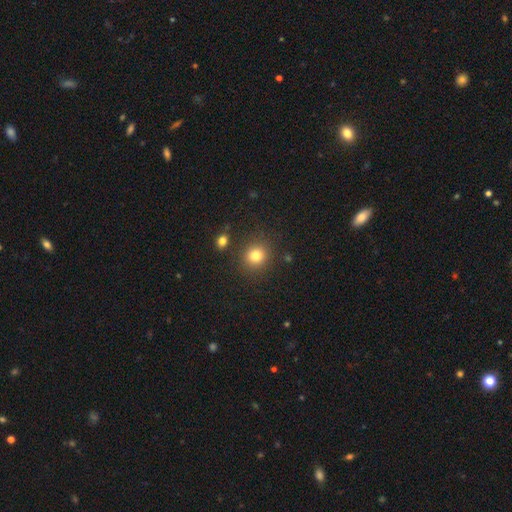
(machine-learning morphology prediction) A smooth galaxy with no disk features (81%) that is round (85%). Merging: none (86%).